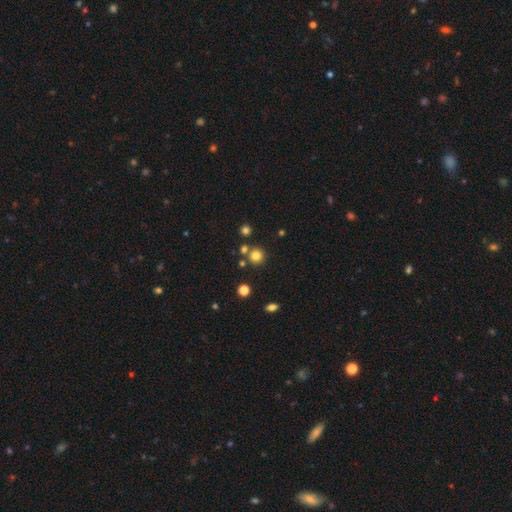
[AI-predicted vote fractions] Smooth or featured? Predicted: smooth (p=0.79). How rounded? Predicted: round (p=0.93). Merging? Predicted: none (p=0.78).